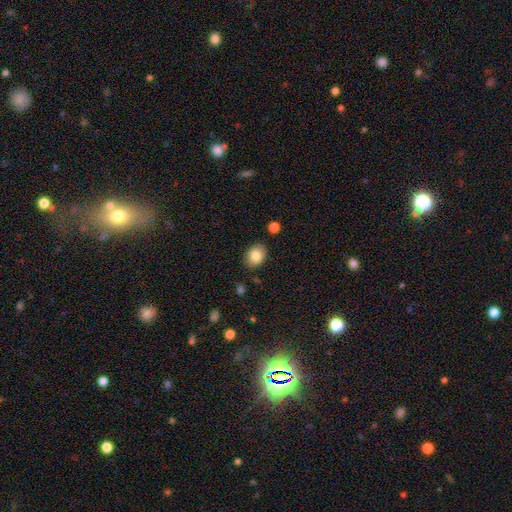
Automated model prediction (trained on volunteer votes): A smooth galaxy with no disk features (83%) that is in between round and cigar-shaped (65%). Merging: none (85%).